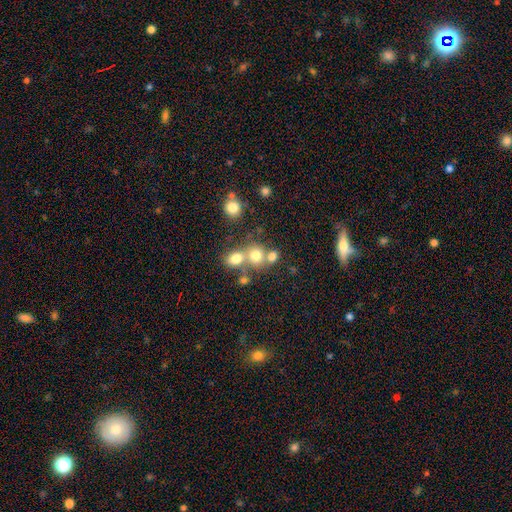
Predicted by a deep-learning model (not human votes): A smooth galaxy with no disk features (73%) that is round (79%). Merging: none (46%).